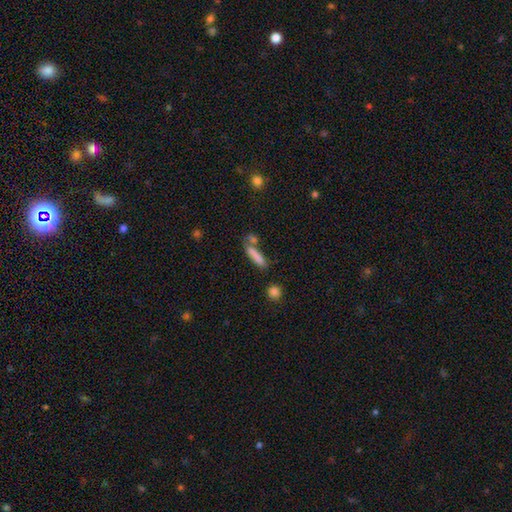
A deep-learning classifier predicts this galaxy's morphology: Smooth or featured?
  - smooth: 79% *
  - featured or disk: 12%
  - star or artifact: 9%
How rounded?
  - cigar-shaped: 79% *
  - in between: 18%
  - round: 3%
Merging?
  - none: 59% *
  - merger: 22%
  - minor disturbance: 13%
  - major disturbance: 5%